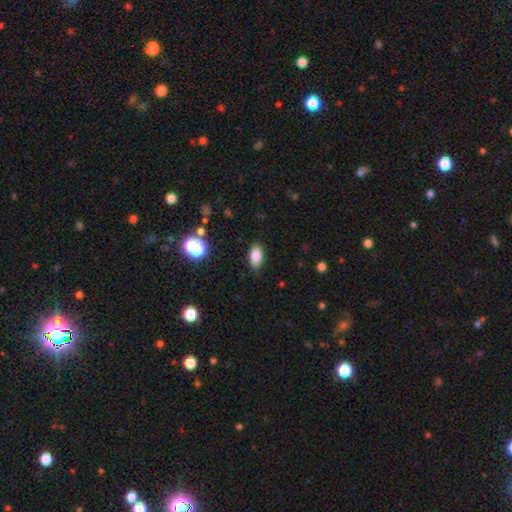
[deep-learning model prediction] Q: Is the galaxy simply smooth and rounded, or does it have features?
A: smooth — 82%.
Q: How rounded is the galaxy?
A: in between — 89%.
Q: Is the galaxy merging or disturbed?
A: none — 86%.